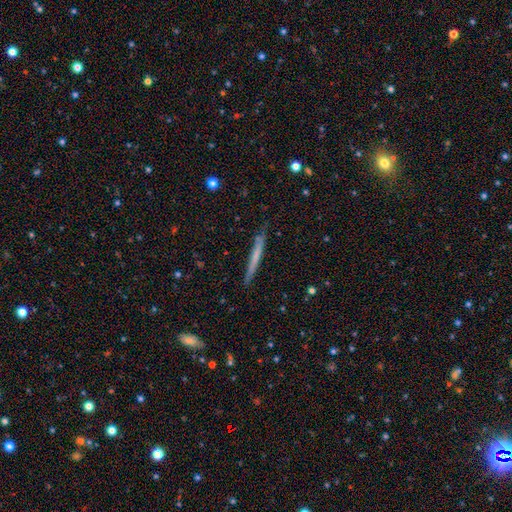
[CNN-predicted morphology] Overall: smooth (52%; featured or disk 42%). How rounded: cigar-shaped (97%). Merging: none (86%).